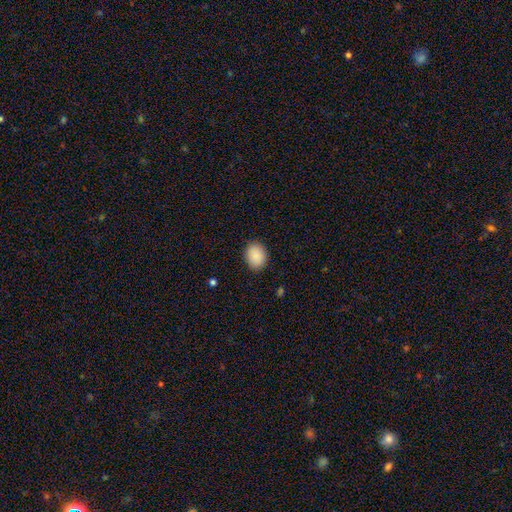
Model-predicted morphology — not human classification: This is clearly a smooth galaxy (89%). How rounded: possibly in between (60%). Merging: clearly none (86%).